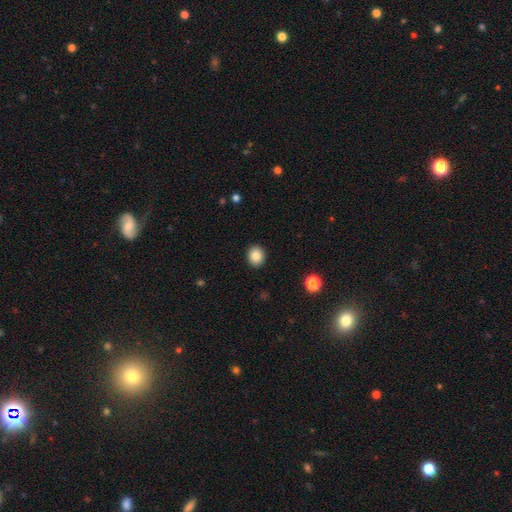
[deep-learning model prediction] This appears to be a smooth galaxy with no disk features (85%) that is round (71%). Merging: none (92%).